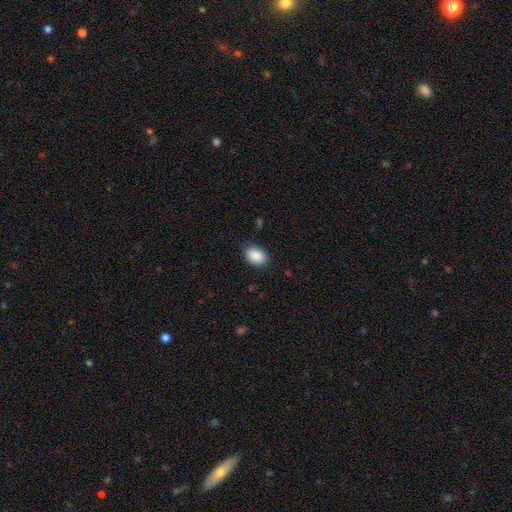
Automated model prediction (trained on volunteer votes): Smooth or featured: smooth — 89% (star or artifact — 7%)
How rounded: in between — 82% (round — 17%)
Merging: none — 80% (minor disturbance — 16%)